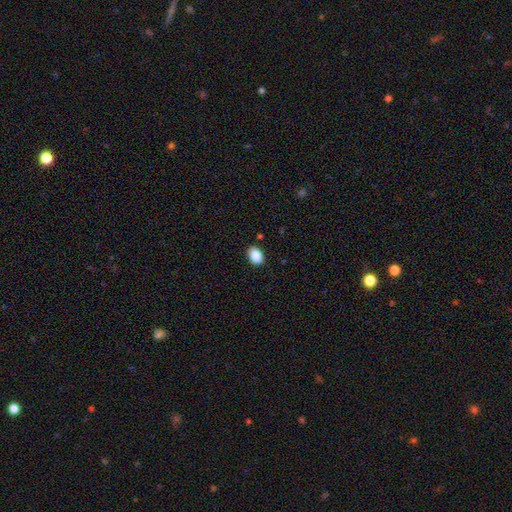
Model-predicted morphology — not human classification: Smooth or featured? smooth (88%)
How rounded? in between (80%)
Merging? none (89%)